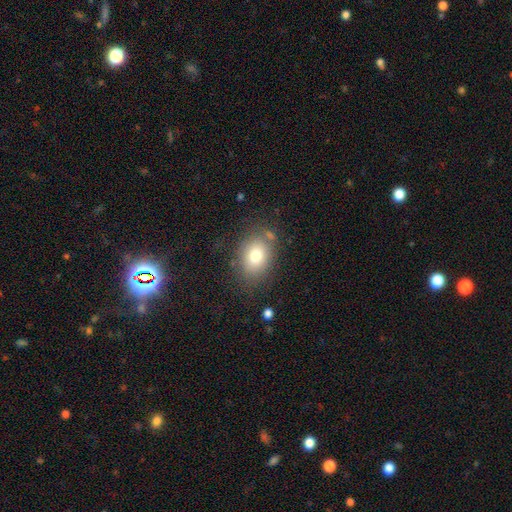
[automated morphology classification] Smooth or featured? Predicted: smooth (p=0.76). How rounded? Predicted: in between (p=0.68). Merging? Predicted: none (p=0.74).